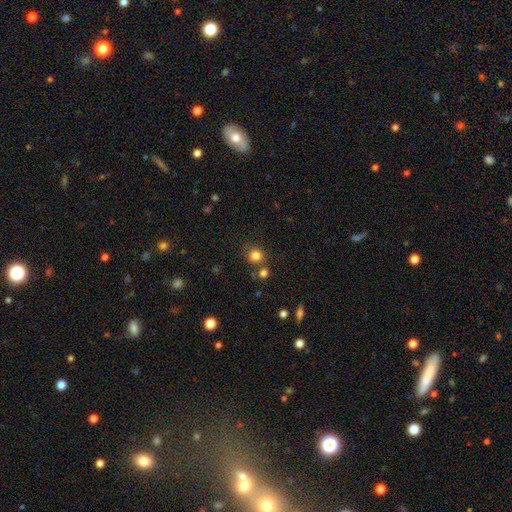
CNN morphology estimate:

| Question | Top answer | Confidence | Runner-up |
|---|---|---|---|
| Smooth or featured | smooth | 81% | star or artifact (13%) |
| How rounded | round | 87% | in between (12%) |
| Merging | none | 73% | merger (13%) |